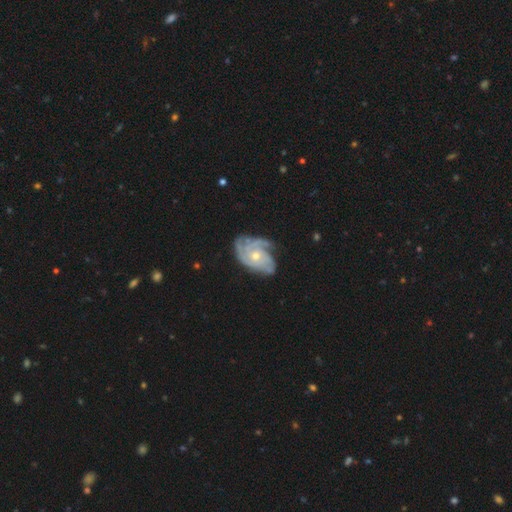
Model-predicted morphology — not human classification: A featured or disk galaxy (87%) with no bar (78%), 3 (36%) tight (65%) spiral arms (97%) and a moderate central bulge (49%). Merging: none (62%).